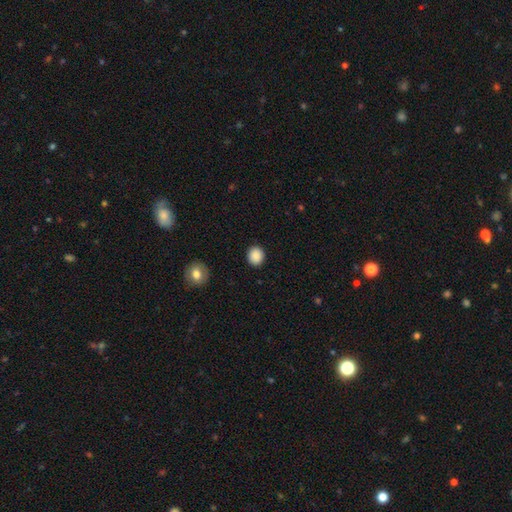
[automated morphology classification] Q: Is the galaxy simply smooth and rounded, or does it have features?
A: smooth — 88%.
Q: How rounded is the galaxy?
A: round — 79%.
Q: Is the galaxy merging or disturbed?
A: none — 91%.